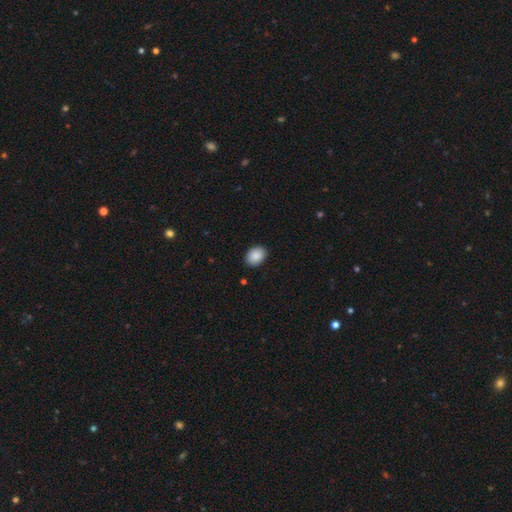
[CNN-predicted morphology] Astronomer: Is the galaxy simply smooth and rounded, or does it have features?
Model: smooth — 89%.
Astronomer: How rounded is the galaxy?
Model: in between — 72%.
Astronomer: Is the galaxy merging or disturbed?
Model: none — 89%.